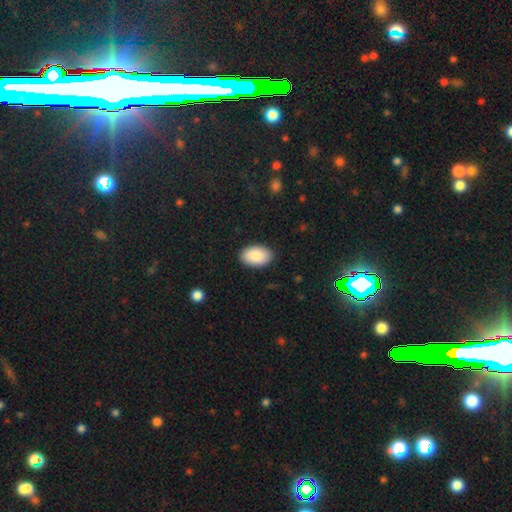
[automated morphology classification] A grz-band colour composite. It shows a smooth galaxy with no disk features (89%) that is in between round and cigar-shaped (93%). Merging: none (89%).